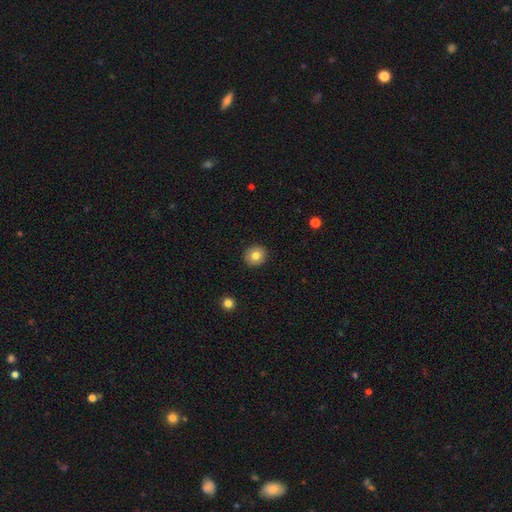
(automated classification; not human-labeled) A smooth galaxy with no disk features (79%) that is round (80%). Merging: none (91%).